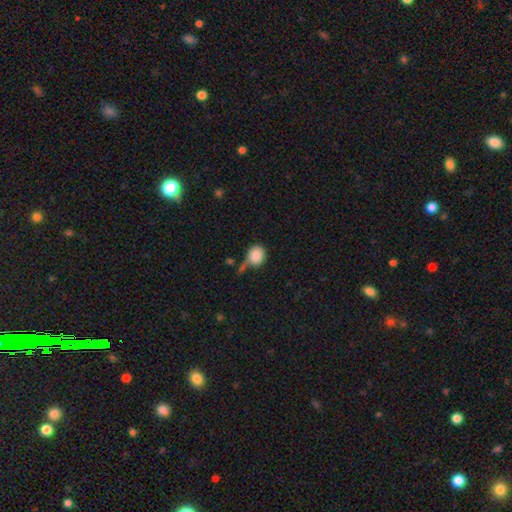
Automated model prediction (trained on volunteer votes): smooth 86%, star or artifact 8%, featured or disk 6%. Down the decision tree: how rounded — round (65%); merging — none (41%).